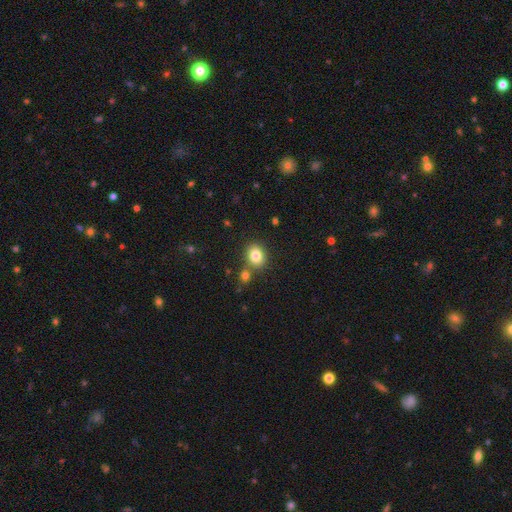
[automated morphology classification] This is clearly a smooth galaxy (82%). How rounded: possibly round (56%). Merging: likely none (71%).